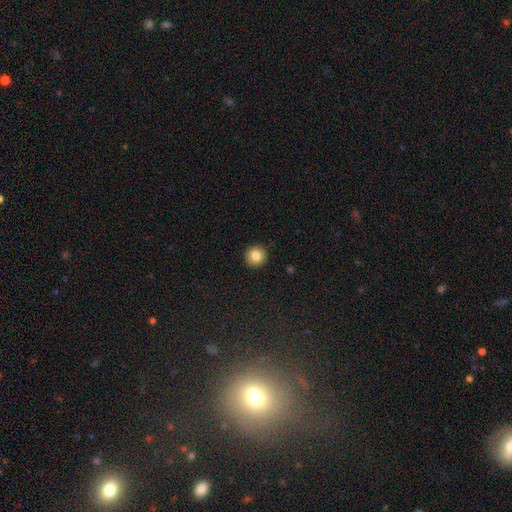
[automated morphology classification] A smooth galaxy with no disk features (84%) that is round (95%). Merging: none (92%).